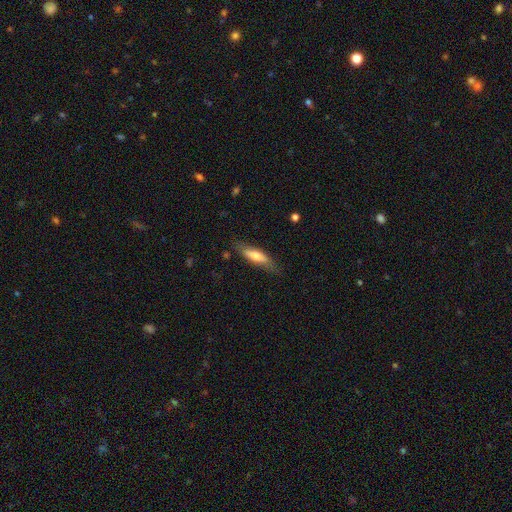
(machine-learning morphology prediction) The model was most divided on "how rounded": cigar-shaped: 63%, in between: 35%, round: 2%. More confident: merging — none (75%); smooth or featured — smooth (64%).